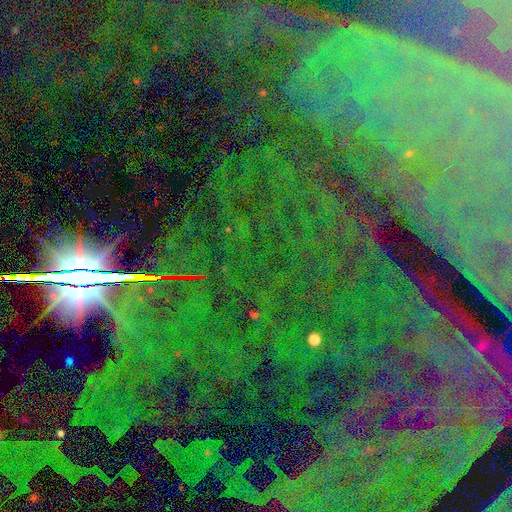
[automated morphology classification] Smooth or featured?
  - star or artifact: 84% *
  - featured or disk: 9%
  - smooth: 7%